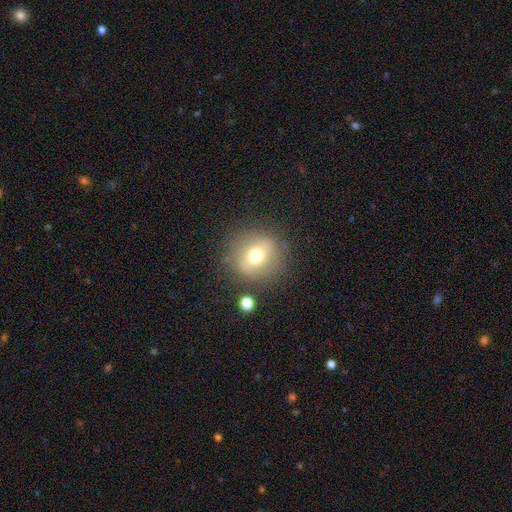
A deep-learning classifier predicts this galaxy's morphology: Smooth or featured?
  - smooth: 65% *
  - featured or disk: 24%
  - star or artifact: 11%
How rounded?
  - round: 89% *
  - in between: 10%
  - cigar-shaped: 1%
Merging?
  - none: 82% *
  - minor disturbance: 10%
  - major disturbance: 4%
  - merger: 3%